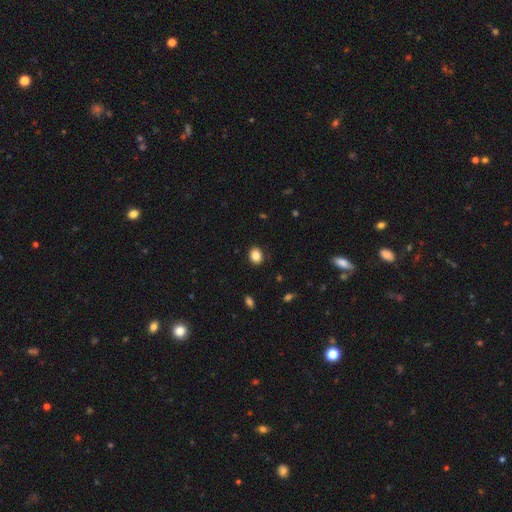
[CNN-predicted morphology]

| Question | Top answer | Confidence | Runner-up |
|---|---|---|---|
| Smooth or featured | smooth | 86% | star or artifact (9%) |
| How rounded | round | 54% | in between (45%) |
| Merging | none | 88% | minor disturbance (9%) |